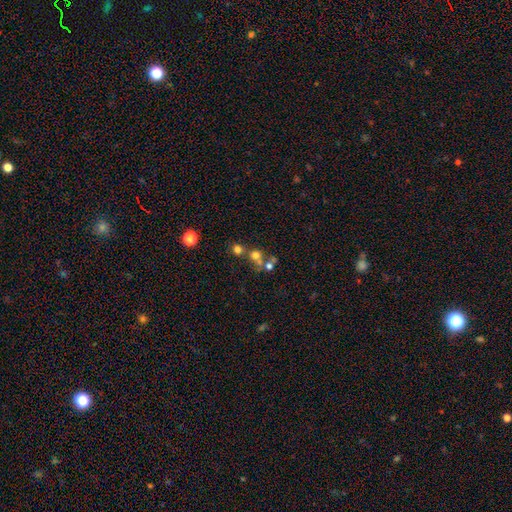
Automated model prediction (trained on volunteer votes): Overall: smooth (62%). How rounded: round (85%). Merging: none (44%, tied with merger).